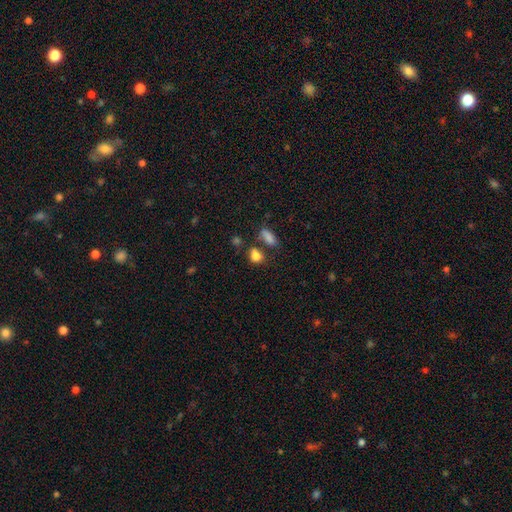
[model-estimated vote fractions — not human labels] smooth_or_featured: smooth (p=0.83) [alt: star or artifact p=0.11]
how_rounded: in between (p=0.52) [alt: round p=0.45]
merging: none (p=0.61) [alt: merger p=0.18]